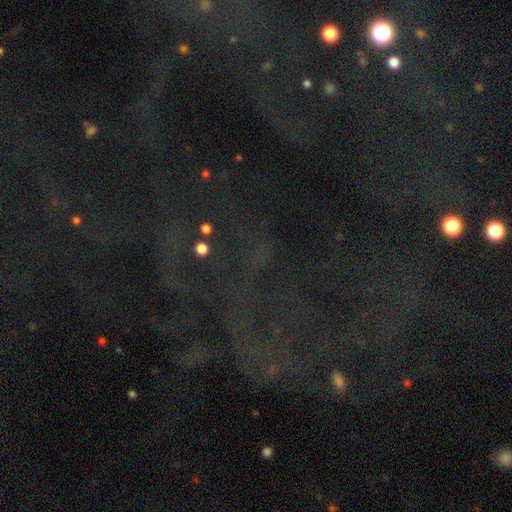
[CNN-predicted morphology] Smooth or featured?
  - star or artifact: 76% *
  - smooth: 12%
  - featured or disk: 12%